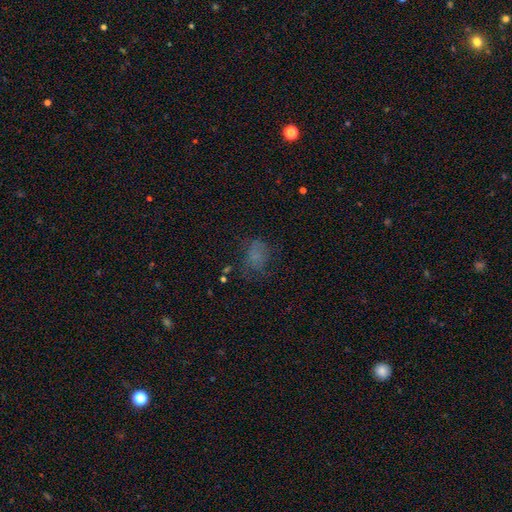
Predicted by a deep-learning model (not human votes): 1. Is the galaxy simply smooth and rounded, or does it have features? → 57% smooth, 22% star or artifact, 21% featured or disk.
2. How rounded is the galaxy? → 58% in between, 41% round, 2% cigar-shaped.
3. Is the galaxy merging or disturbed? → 53% none, 22% major disturbance, 22% minor disturbance, 3% merger.